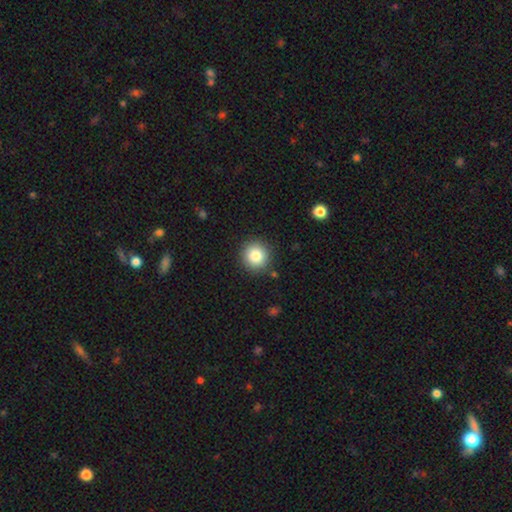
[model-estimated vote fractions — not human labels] Morphology: type=smooth (83%); roundness=round (94%); merging=none (89%).